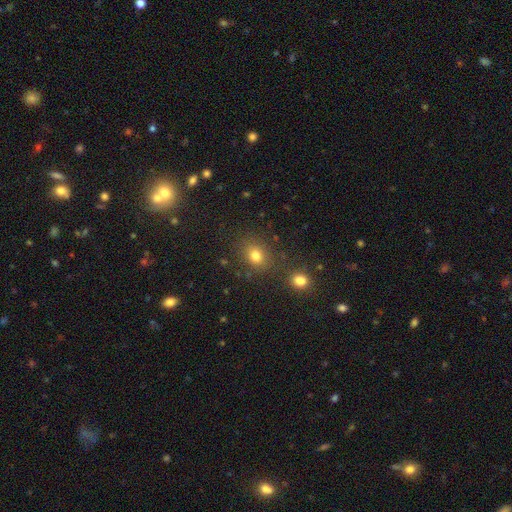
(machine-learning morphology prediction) Overall: smooth (78%). How rounded: round (57%; in between 42%). Merging: none (78%).